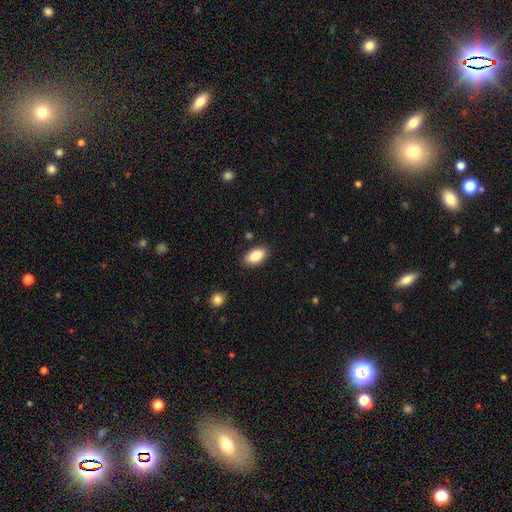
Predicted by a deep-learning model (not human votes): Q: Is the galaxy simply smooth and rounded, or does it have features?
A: smooth — 86%.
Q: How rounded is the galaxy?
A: in between — 93%.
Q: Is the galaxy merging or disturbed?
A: none — 86%.